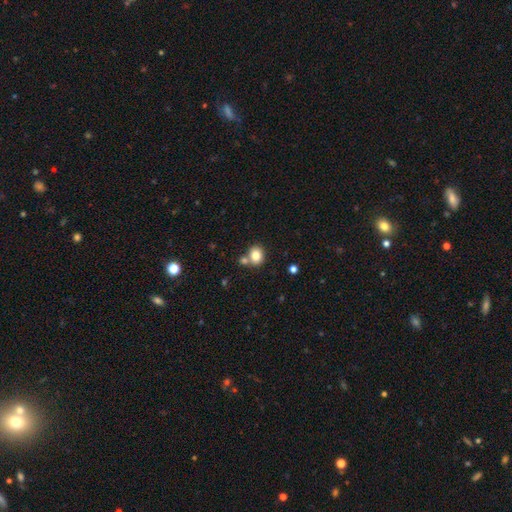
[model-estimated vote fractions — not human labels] smooth_or_featured: smooth (p=0.82) [alt: star or artifact p=0.10]
how_rounded: round (p=0.69) [alt: in between p=0.30]
merging: none (p=0.63) [alt: merger p=0.24]